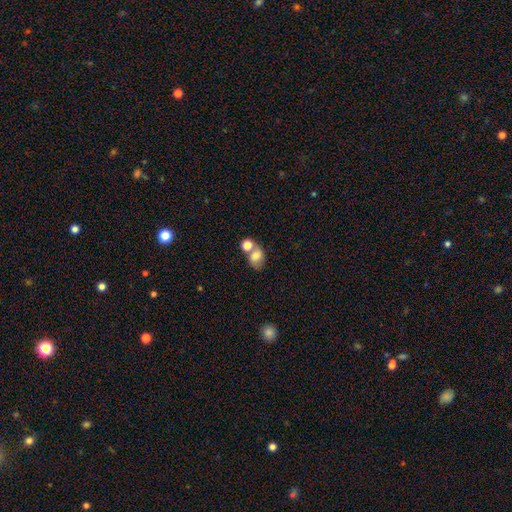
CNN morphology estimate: Smooth or featured?
  - smooth: 73% *
  - featured or disk: 16%
  - star or artifact: 10%
How rounded?
  - in between: 58% *
  - round: 41%
  - cigar-shaped: 1%
Merging?
  - merger: 45% *
  - none: 37%
  - minor disturbance: 12%
  - major disturbance: 6%